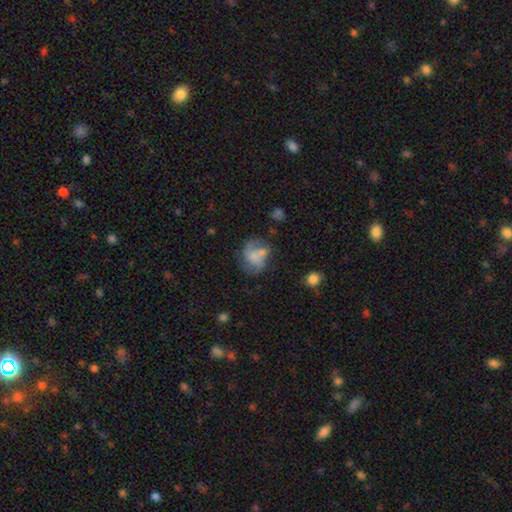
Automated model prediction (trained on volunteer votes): Q: Smooth or featured?
A: smooth (49%); runner-up: featured or disk (41%)
Q: Merging?
A: none (38%); runner-up: major disturbance (25%)